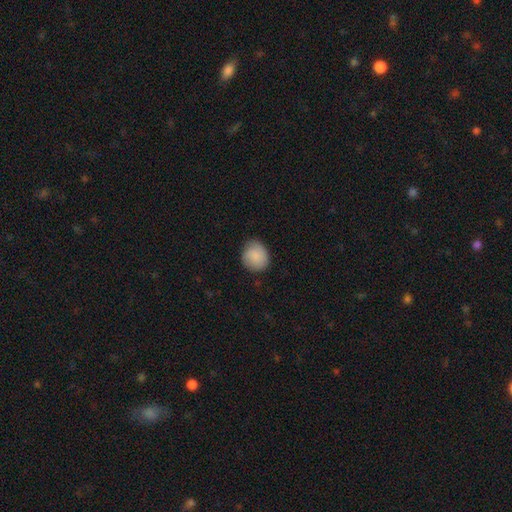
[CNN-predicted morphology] Smooth or featured? smooth (86%)
How rounded? round (79%)
Merging? none (78%)